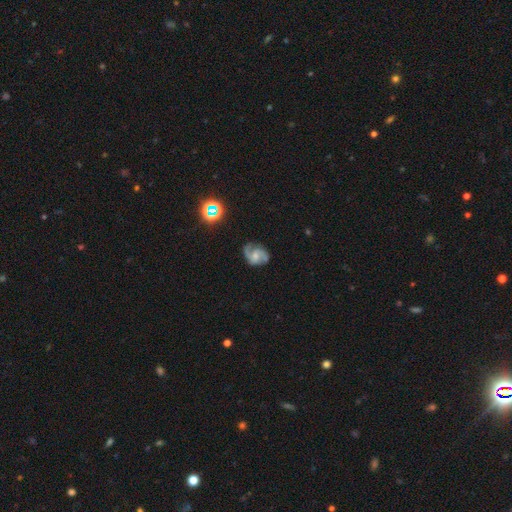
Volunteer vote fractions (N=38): A featured or disk galaxy (79%) with no bar (57%), 2 (87%) medium (57%) spiral arms (100%) and a moderate central bulge (43%, tied with small).

Vote fractions:
- Smooth or featured? featured or disk: 79% / smooth: 13% / star or artifact: 8%
- Edge-on disk? no: 100% / yes: 0%
- Bar? no: 57% / weak: 40% / strong: 3%
- Spiral arms? yes: 100% / no: 0%
- Spiral winding? medium: 57% / loose: 27% / tight: 17%
- Spiral arm count? 2: 87% / can't tell: 10% / 4: 3% / 1: 0% / 3: 0% / more than 4: 0%
- Bulge size? moderate: 43% (tied) / small: 43% (tied) / none: 13% / dominant: 0% / large: 0%
- Merging? none: 63% / minor disturbance: 26% / major disturbance: 9% / merger: 3%